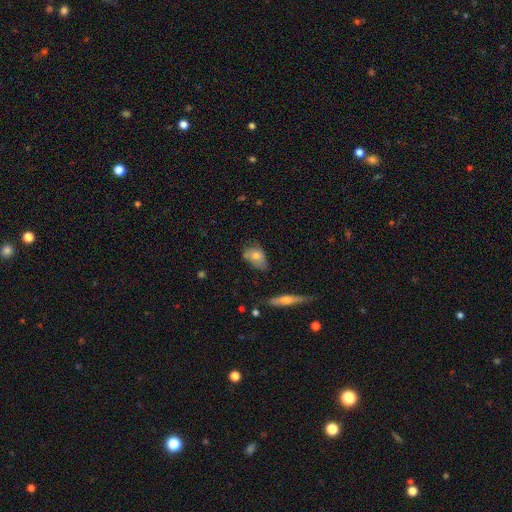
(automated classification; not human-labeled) A smooth galaxy with no disk features (68%) that is in between round and cigar-shaped (83%).

Vote fractions:
- Smooth or featured? smooth: 68% / featured or disk: 24% / star or artifact: 8%
- How rounded? in between: 83% / round: 13% / cigar-shaped: 4%
- Merging? none: 53% / minor disturbance: 33% / major disturbance: 9% / merger: 5%